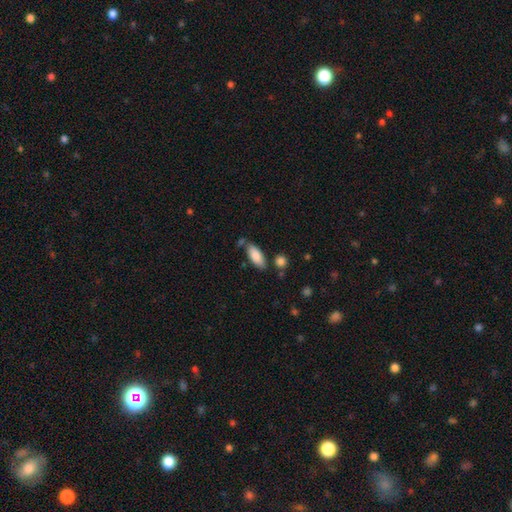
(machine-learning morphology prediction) The model was most divided on "merging": none: 71%, minor disturbance: 16%, merger: 9%, major disturbance: 4%. More confident: smooth or featured — smooth (85%); how rounded — in between (82%).